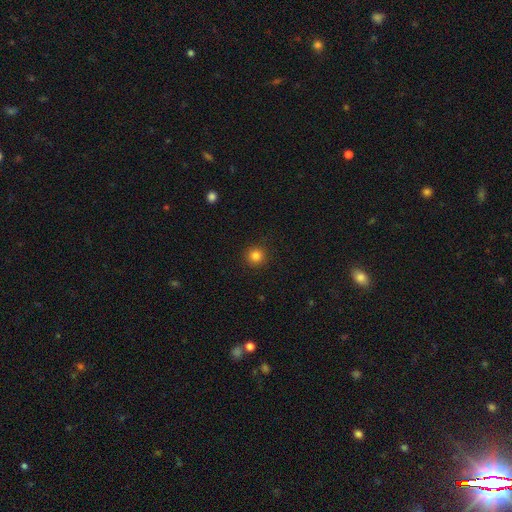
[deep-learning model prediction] Smooth or featured: smooth — 83% (star or artifact — 12%)
How rounded: round — 94% (in between — 5%)
Merging: none — 92% (minor disturbance — 5%)